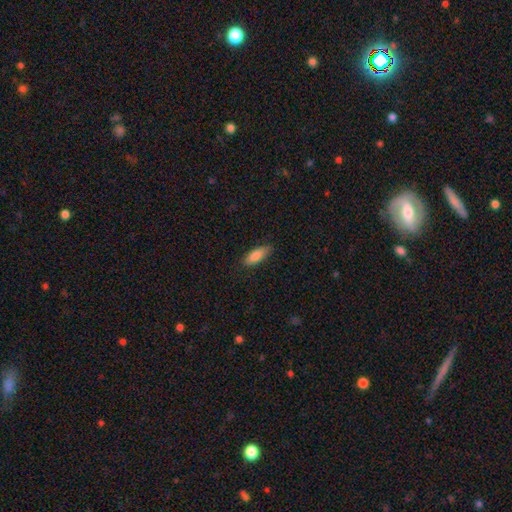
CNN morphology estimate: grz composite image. It shows a smooth galaxy with no disk features (84%) that is in between round and cigar-shaped (67%). Merging: none (82%).